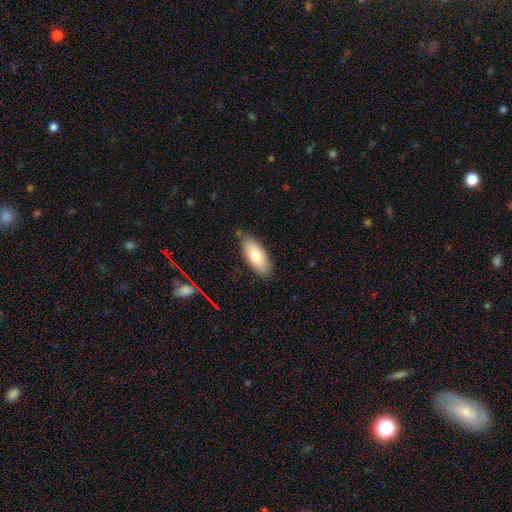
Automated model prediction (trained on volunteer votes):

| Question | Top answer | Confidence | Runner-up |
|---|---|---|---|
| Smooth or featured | smooth | 79% | featured or disk (14%) |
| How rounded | in between | 83% | cigar-shaped (15%) |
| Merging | none | 79% | minor disturbance (16%) |